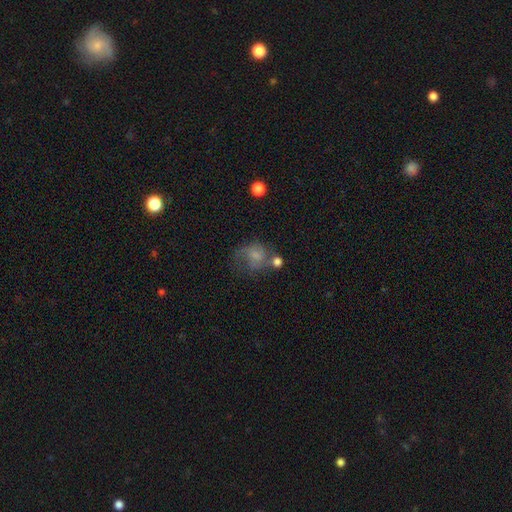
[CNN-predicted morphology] Overall: smooth (52%; featured or disk 36%). How rounded: round (60%; in between 39%). Merging: none (36%; major disturbance 26%).